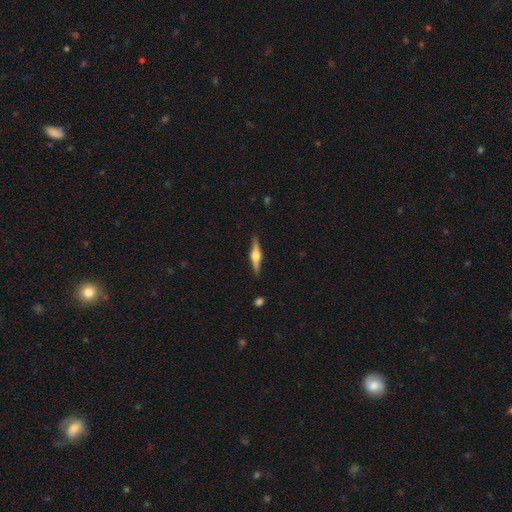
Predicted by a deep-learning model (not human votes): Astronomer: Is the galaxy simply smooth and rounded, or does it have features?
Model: featured or disk — 75%.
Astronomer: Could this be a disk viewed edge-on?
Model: yes — 98%.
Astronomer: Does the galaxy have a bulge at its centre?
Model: rounded — 92%.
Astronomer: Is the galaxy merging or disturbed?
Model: none — 89%.